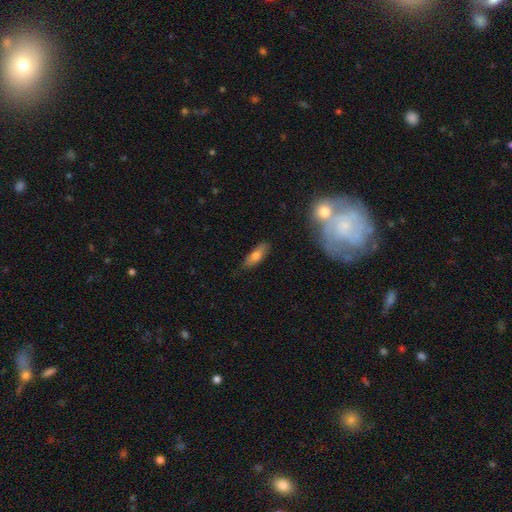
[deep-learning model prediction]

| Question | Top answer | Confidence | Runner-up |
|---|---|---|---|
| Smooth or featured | smooth | 69% | featured or disk (23%) |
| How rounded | in between | 56% | cigar-shaped (42%) |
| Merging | none | 82% | minor disturbance (14%) |